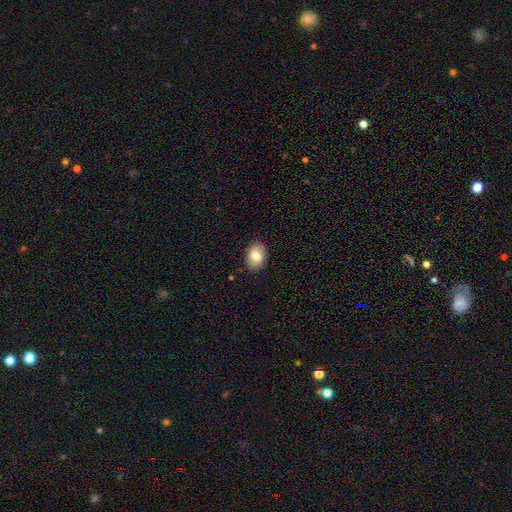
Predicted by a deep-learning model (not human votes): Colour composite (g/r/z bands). It shows a smooth galaxy with no disk features (80%) that is in between round and cigar-shaped (84%). Merging: none (88%).